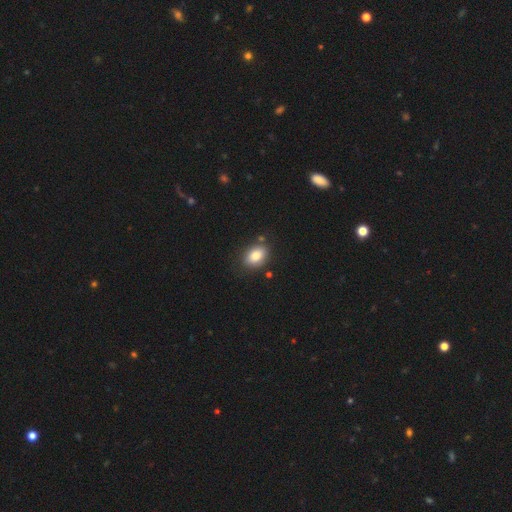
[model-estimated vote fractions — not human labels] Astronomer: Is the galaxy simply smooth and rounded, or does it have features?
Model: smooth — 83%.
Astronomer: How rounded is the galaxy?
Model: in between — 82%.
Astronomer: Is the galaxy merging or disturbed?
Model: none — 81%.